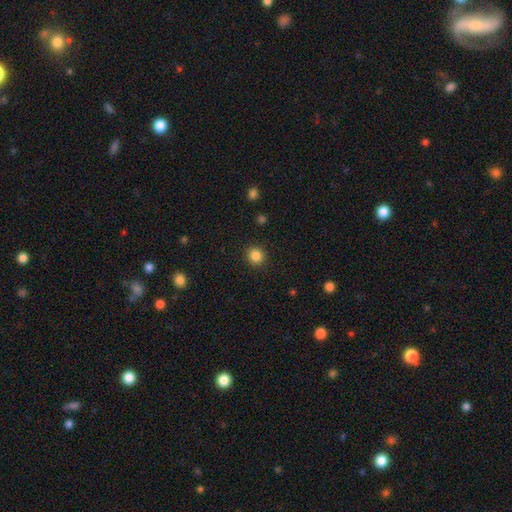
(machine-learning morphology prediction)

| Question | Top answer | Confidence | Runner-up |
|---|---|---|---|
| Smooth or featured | smooth | 85% | star or artifact (11%) |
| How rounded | round | 90% | in between (9%) |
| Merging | none | 91% | minor disturbance (6%) |